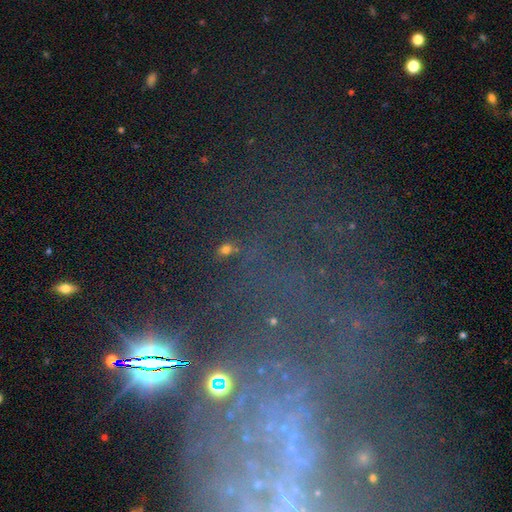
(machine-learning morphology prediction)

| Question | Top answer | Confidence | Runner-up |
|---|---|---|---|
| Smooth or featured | star or artifact | 63% | featured or disk (22%) |